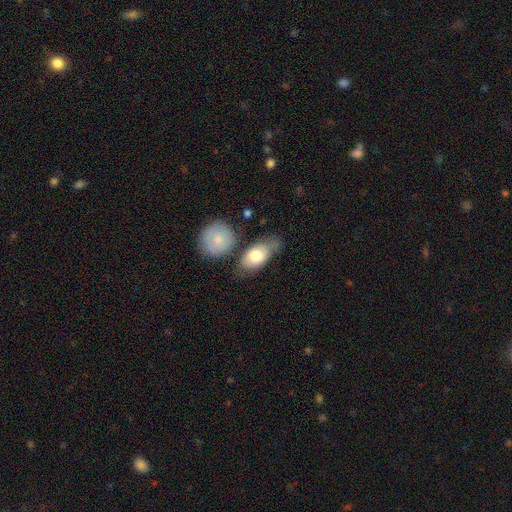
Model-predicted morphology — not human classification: A smooth galaxy with no disk features (73%) that is in between round and cigar-shaped (86%).

Vote fractions:
- Smooth or featured? smooth: 73% / featured or disk: 22% / star or artifact: 6%
- How rounded? in between: 86% / round: 9% / cigar-shaped: 5%
- Merging? none: 55% / minor disturbance: 24% / merger: 13% / major disturbance: 8%